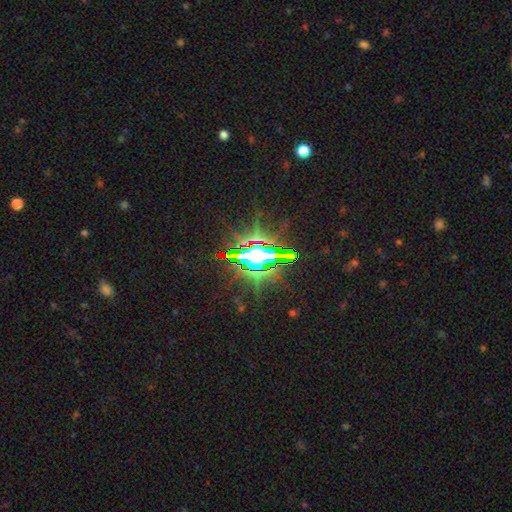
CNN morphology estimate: A star or artifact, not a galaxy (82%).